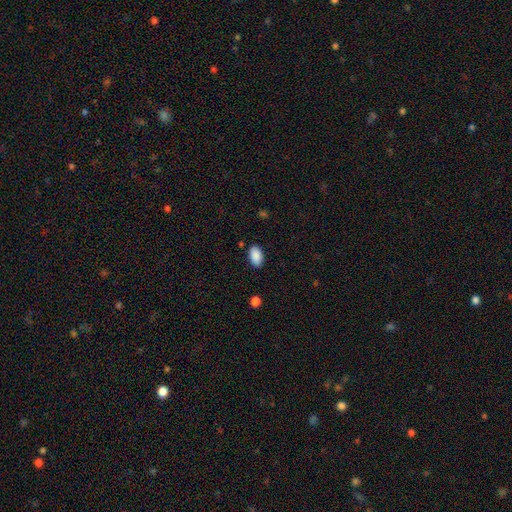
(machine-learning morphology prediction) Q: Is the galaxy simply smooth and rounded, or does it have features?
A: smooth — 90%.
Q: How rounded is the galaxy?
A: in between — 94%.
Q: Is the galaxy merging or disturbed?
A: none — 86%.